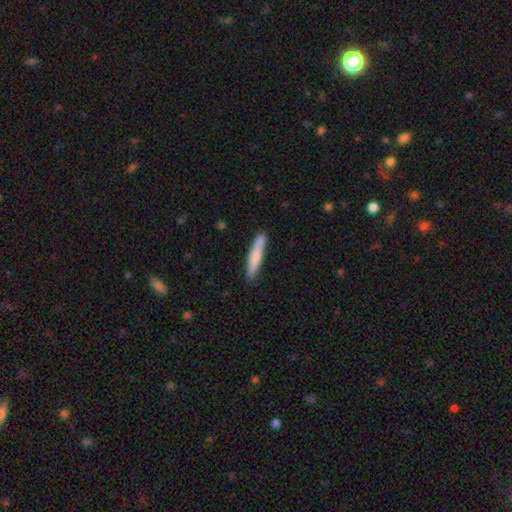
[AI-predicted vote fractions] Q: Smooth or featured?
A: smooth (72%); runner-up: featured or disk (22%)
Q: How rounded?
A: cigar-shaped (93%); runner-up: in between (6%)
Q: Merging?
A: none (85%); runner-up: minor disturbance (11%)